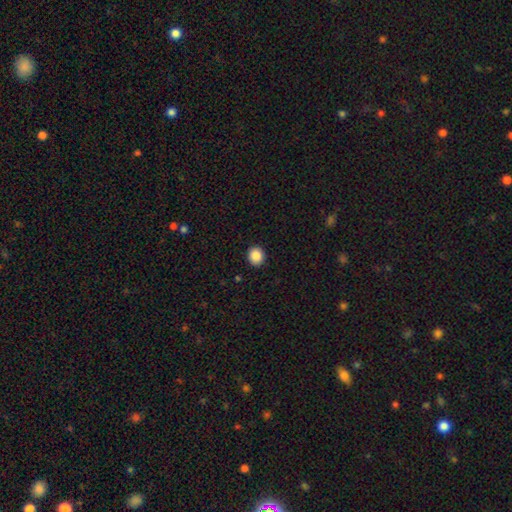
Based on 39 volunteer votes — smooth 92%, star or artifact 8%, featured or disk 0%. Down the decision tree: how rounded — round (89%); merging — none (89%).